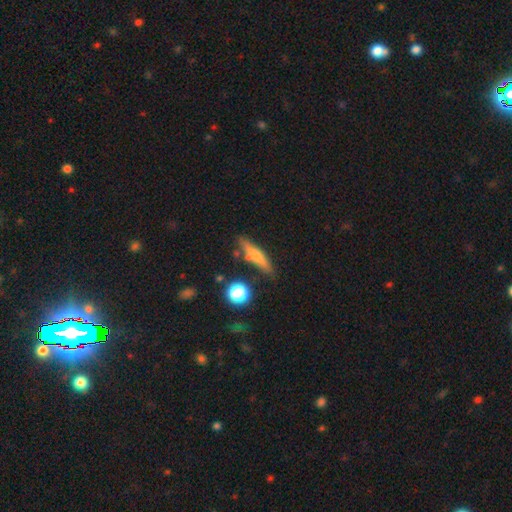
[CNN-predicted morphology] Smooth or featured?
  - smooth: 54% *
  - featured or disk: 37%
  - star or artifact: 9%
How rounded?
  - cigar-shaped: 76% *
  - in between: 18%
  - round: 5%
Merging?
  - none: 74% *
  - minor disturbance: 15%
  - merger: 7%
  - major disturbance: 4%